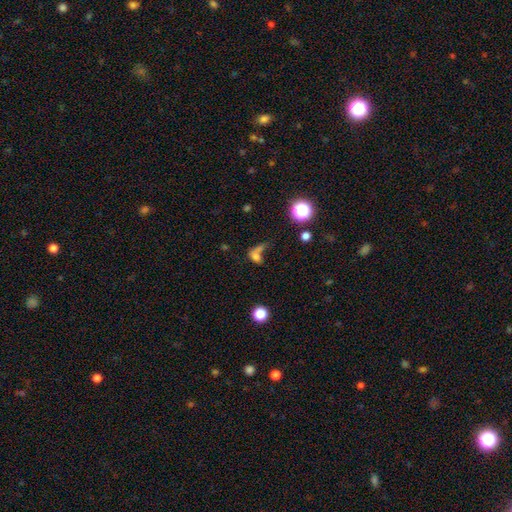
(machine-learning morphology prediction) smooth 65%, star or artifact 19%, featured or disk 16%. Down the decision tree: how rounded — in between (59%); merging — merger (45%).